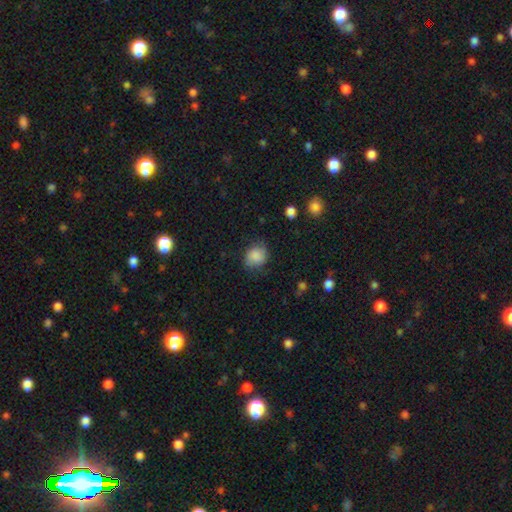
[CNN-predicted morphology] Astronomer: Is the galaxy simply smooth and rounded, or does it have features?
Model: smooth — 81%.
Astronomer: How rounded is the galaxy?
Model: round — 64%.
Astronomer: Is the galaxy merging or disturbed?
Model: none — 66%.